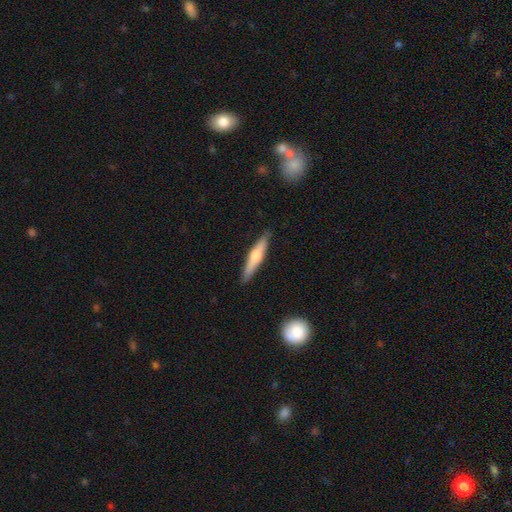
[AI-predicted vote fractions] smooth_or_featured: featured or disk (p=0.48) [alt: smooth p=0.46]
merging: none (p=0.89) [alt: minor disturbance p=0.08]